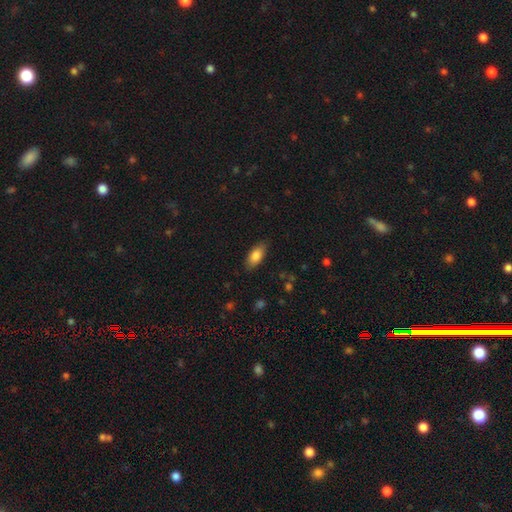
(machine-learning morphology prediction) smooth-or-featured: smooth: 83% | featured or disk: 10% | star or artifact: 7%
  how-rounded: in between: 87% | cigar-shaped: 11% | round: 3%
  merging: none: 84% | minor disturbance: 12% | major disturbance: 3% | merger: 1%